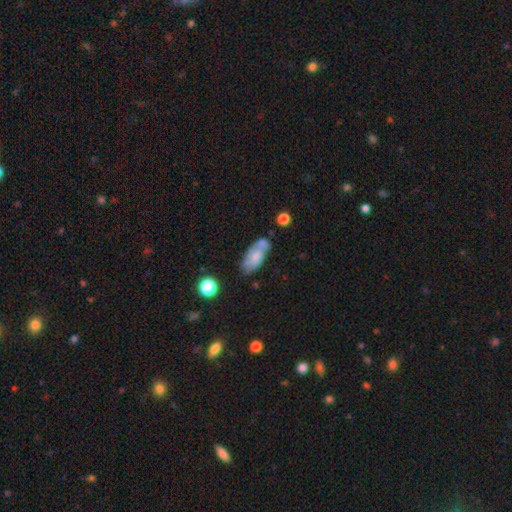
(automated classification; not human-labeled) A smooth galaxy with no disk features (55%) that is in between round and cigar-shaped (85%). Merging: none (50%).